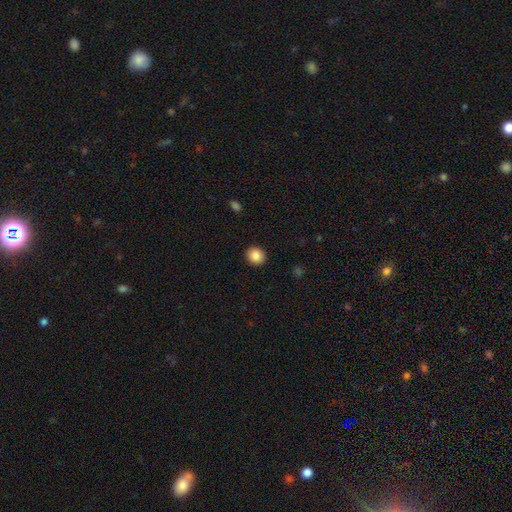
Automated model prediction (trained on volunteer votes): Smooth or featured? smooth (87%)
How rounded? round (83%)
Merging? none (92%)